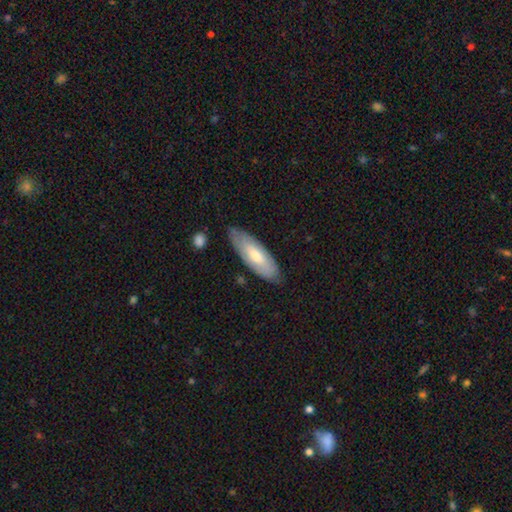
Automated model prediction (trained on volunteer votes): Smooth or featured: smooth — 61% (featured or disk — 33%)
How rounded: in between — 64% (cigar-shaped — 34%)
Merging: none — 79% (minor disturbance — 16%)